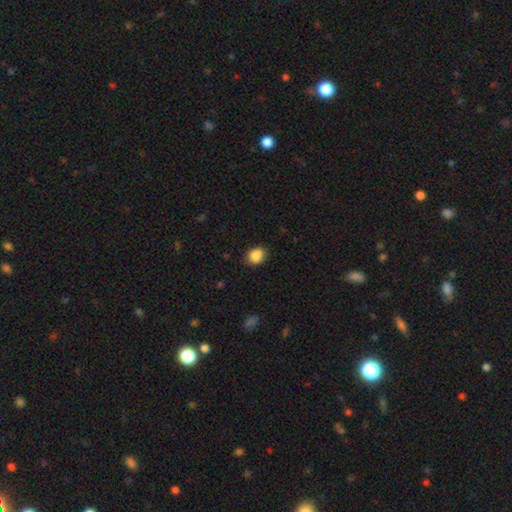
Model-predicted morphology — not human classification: A smooth galaxy with no disk features (86%) that is round (57%). Merging: none (77%).